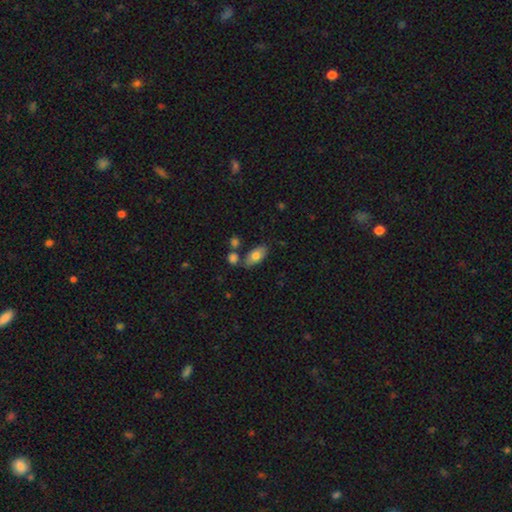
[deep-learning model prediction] Smooth or featured: smooth — 76% (featured or disk — 17%)
How rounded: in between — 91% (cigar-shaped — 5%)
Merging: none — 69% (minor disturbance — 14%)